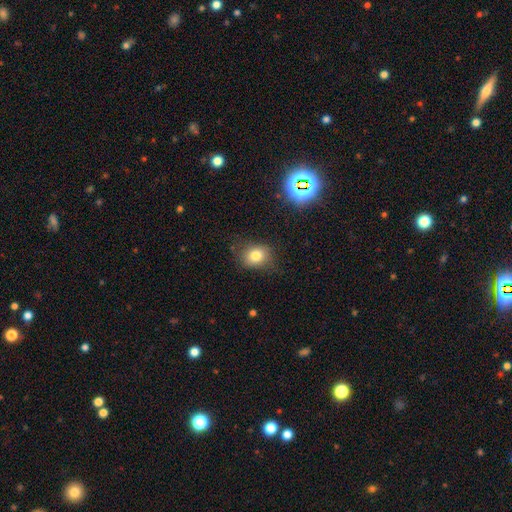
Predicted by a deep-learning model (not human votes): smooth-or-featured: smooth: 77% | star or artifact: 13% | featured or disk: 10%
  how-rounded: round: 56% | in between: 43% | cigar-shaped: 1%
  merging: none: 70% | minor disturbance: 21% | major disturbance: 7% | merger: 2%